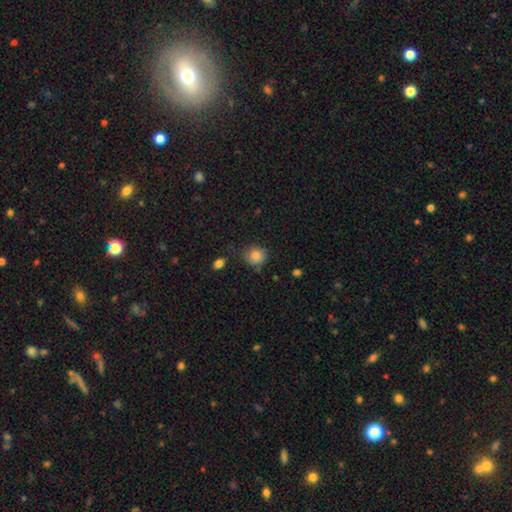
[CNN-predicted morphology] Smooth or featured? Predicted: smooth (p=0.83). How rounded? Predicted: round (p=0.82). Merging? Predicted: none (p=0.73).